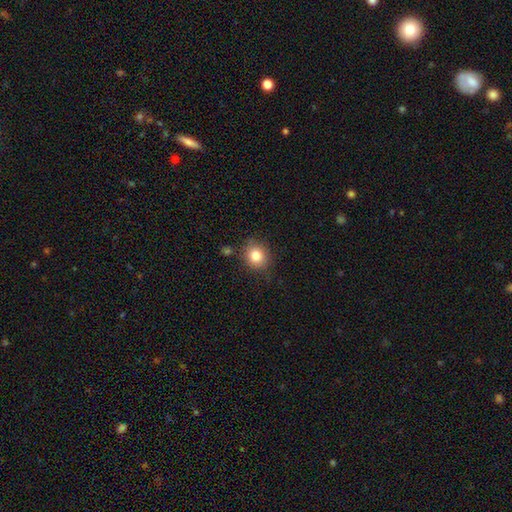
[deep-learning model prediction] Q: Smooth or featured?
A: smooth (82%); runner-up: star or artifact (11%)
Q: How rounded?
A: round (80%); runner-up: in between (19%)
Q: Merging?
A: none (82%); runner-up: minor disturbance (12%)